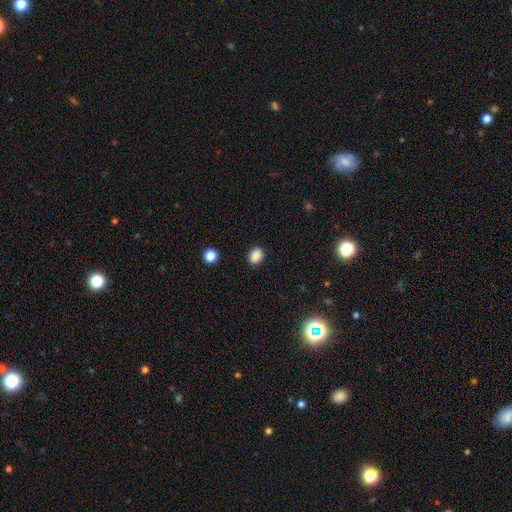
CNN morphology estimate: type=smooth (87%); roundness=in between (75%); merging=none (88%).